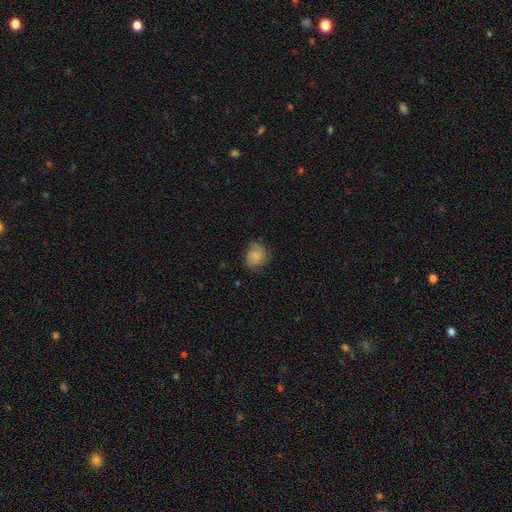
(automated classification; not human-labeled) A smooth galaxy with no disk features (81%) that is round (62%).

Vote fractions:
- Smooth or featured? smooth: 81% / featured or disk: 11% / star or artifact: 8%
- How rounded? round: 62% / in between: 37% / cigar-shaped: 1%
- Merging? none: 67% / minor disturbance: 25% / major disturbance: 6% / merger: 1%